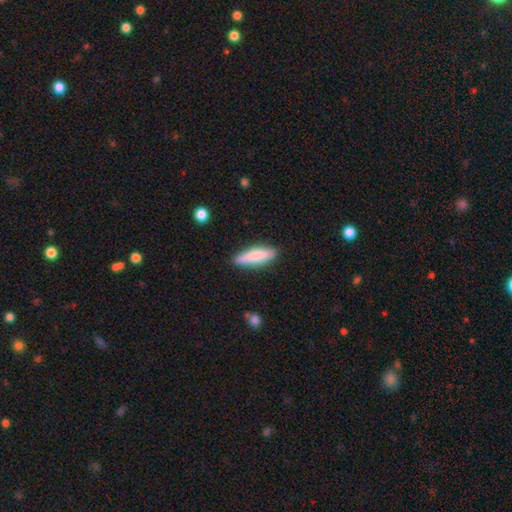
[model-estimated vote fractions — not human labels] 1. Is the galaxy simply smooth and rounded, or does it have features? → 81% smooth, 13% featured or disk, 6% star or artifact.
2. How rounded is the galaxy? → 65% cigar-shaped, 33% in between, 2% round.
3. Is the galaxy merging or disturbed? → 85% none, 11% minor disturbance, 2% major disturbance, 2% merger.